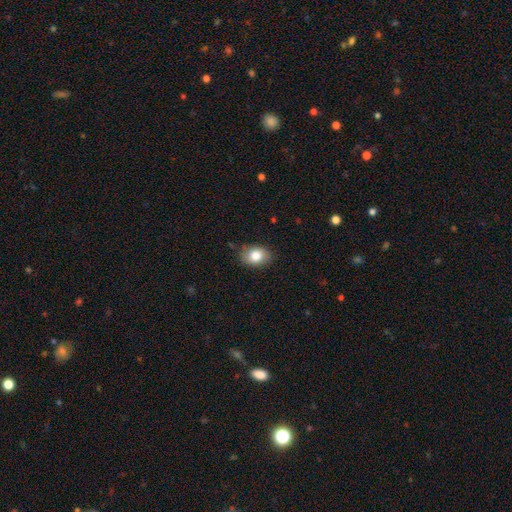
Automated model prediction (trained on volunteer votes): A smooth galaxy with no disk features (83%) that is in between round and cigar-shaped (74%).

Vote fractions:
- Smooth or featured? smooth: 83% / featured or disk: 9% / star or artifact: 8%
- How rounded? in between: 74% / round: 25% / cigar-shaped: 1%
- Merging? none: 80% / minor disturbance: 15% / major disturbance: 3% / merger: 1%